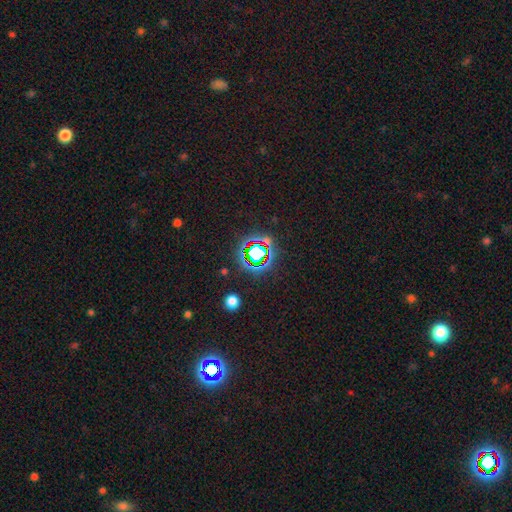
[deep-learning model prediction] A star or artifact, not a galaxy (71%).

Vote fractions:
- Smooth or featured? star or artifact: 71% / smooth: 18% / featured or disk: 12%